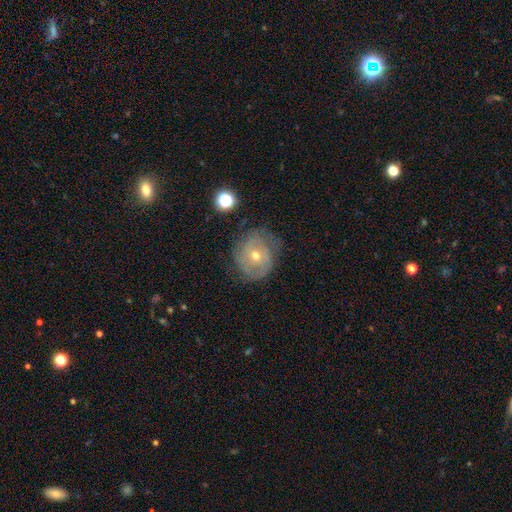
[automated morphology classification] type=featured or disk (63%); edge-on=no (96%); bar=no (75%); spiral arms=yes (74%); bulge=moderate (54%); merging=none (64%).